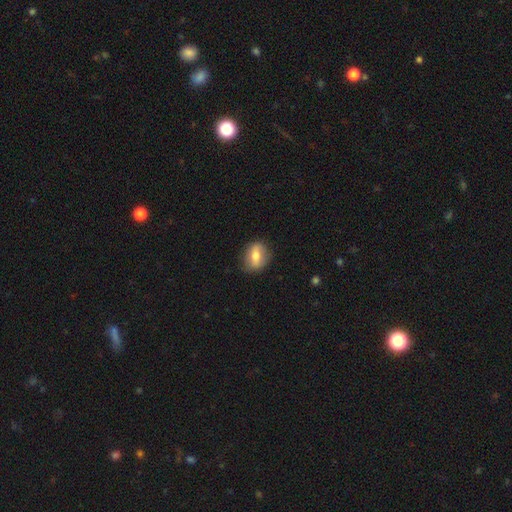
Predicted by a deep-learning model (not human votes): smooth-or-featured: smooth: 58% | featured or disk: 35% | star or artifact: 7%
  how-rounded: in between: 56% | round: 40% | cigar-shaped: 3%
  merging: none: 82% | minor disturbance: 13% | major disturbance: 3% | merger: 1%